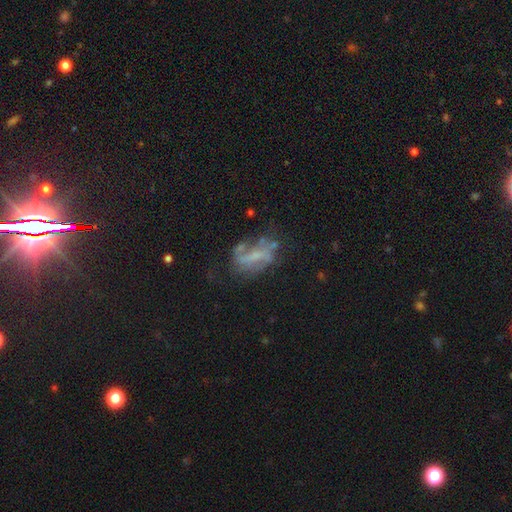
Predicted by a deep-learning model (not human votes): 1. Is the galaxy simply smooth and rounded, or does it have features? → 66% featured or disk, 21% smooth, 13% star or artifact.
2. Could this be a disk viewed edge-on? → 95% no, 5% yes.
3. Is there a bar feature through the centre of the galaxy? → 41% no, 36% weak, 23% strong.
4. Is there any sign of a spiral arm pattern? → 58% yes, 42% no.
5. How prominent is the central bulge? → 47% none, 35% small, 15% moderate, 2% large, 1% dominant.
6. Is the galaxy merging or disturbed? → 44% none, 26% major disturbance, 22% minor disturbance, 9% merger.